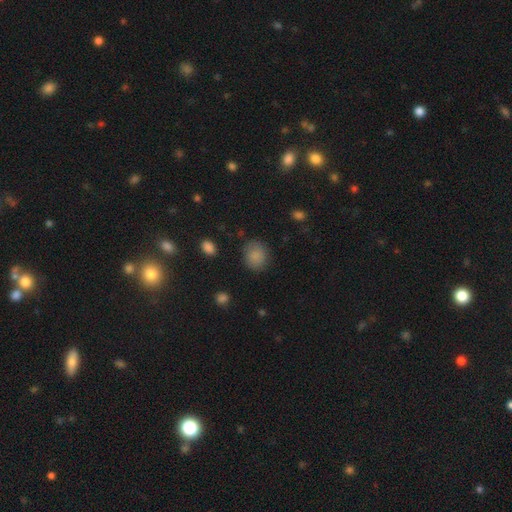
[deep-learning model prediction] A smooth galaxy with no disk features (86%) that is round (71%). Merging: none (82%).